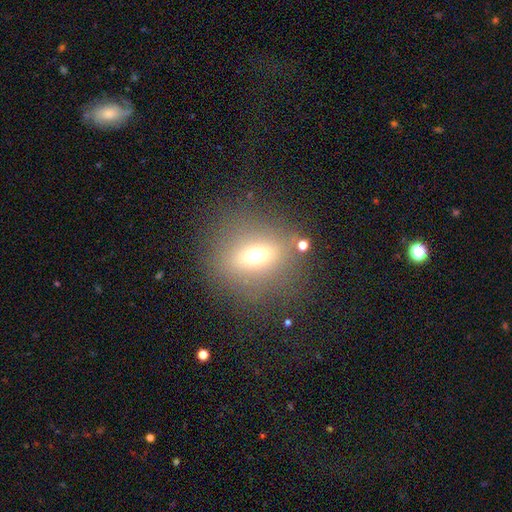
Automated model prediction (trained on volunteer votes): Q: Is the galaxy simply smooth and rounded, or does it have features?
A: smooth — 59%.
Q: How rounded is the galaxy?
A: round — 64%.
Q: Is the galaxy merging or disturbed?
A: none — 78%.